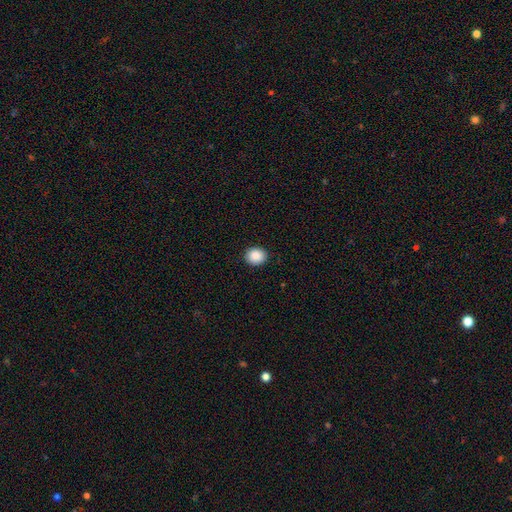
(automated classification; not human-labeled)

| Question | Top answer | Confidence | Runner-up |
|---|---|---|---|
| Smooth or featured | smooth | 89% | star or artifact (8%) |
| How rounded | round | 69% | in between (30%) |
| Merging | none | 90% | minor disturbance (7%) |